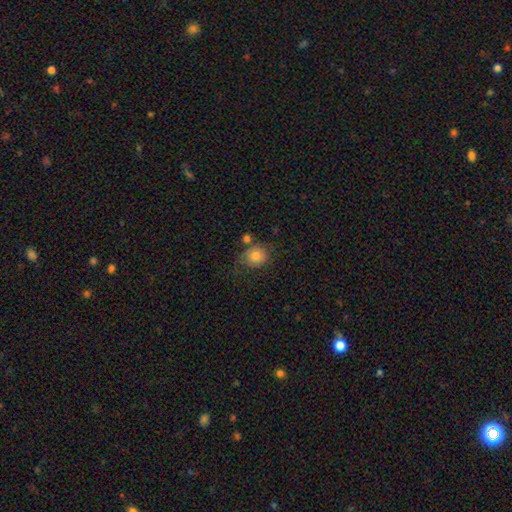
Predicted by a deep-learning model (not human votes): Smooth or featured? smooth (79%)
How rounded? round (71%)
Merging? none (61%)